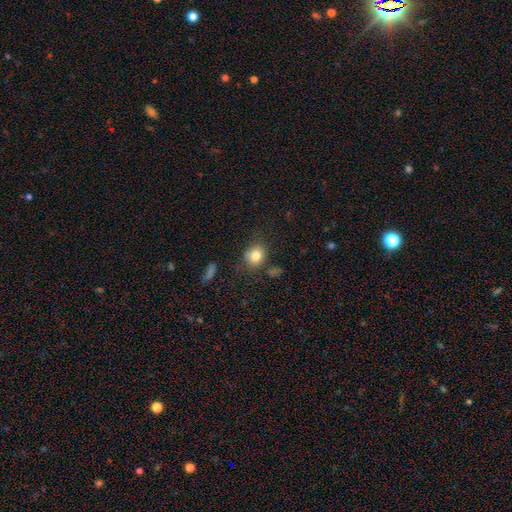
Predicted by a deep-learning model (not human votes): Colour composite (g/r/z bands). It shows a smooth galaxy with no disk features (81%) that is round (59%). Merging: none (77%).